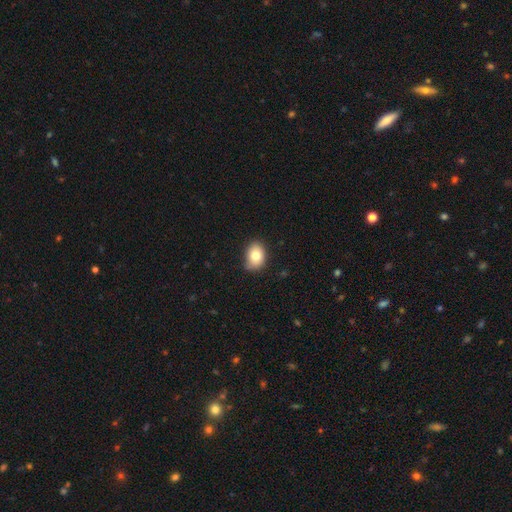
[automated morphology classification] The model was most divided on "how rounded": in between: 68%, round: 31%, cigar-shaped: 1%. More confident: smooth or featured — smooth (79%); merging — none (75%).